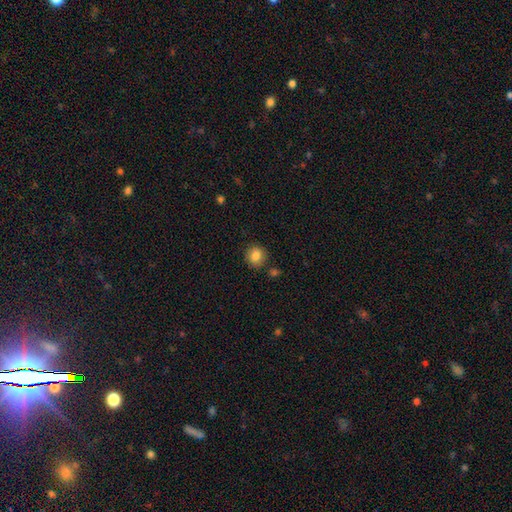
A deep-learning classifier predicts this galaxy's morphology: Overall: smooth (85%). How rounded: round (82%). Merging: none (84%).